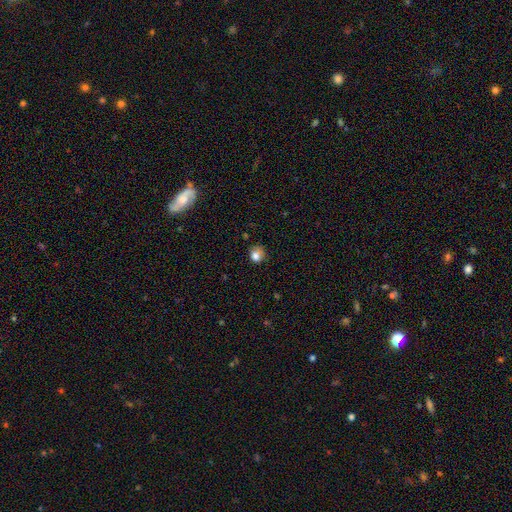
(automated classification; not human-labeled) Smooth or featured? smooth (82%)
How rounded? round (80%)
Merging? none (67%)